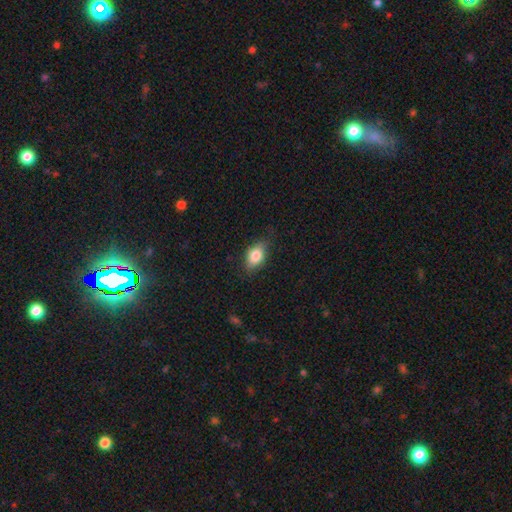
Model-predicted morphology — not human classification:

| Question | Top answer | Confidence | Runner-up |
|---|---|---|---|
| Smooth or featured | smooth | 80% | featured or disk (12%) |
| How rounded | in between | 85% | round (11%) |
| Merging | none | 77% | minor disturbance (18%) |